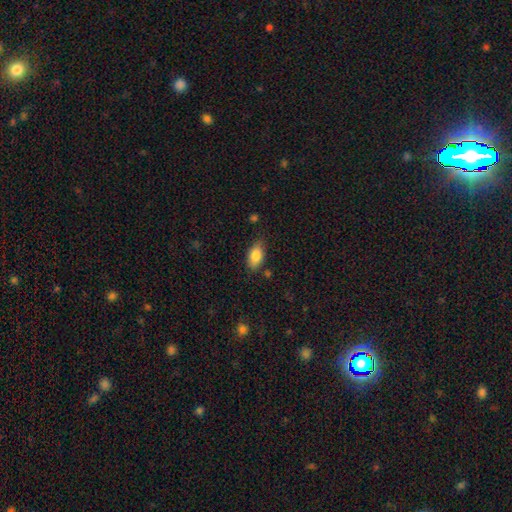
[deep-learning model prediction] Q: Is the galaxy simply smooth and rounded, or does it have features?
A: smooth — 84%.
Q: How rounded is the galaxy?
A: in between — 90%.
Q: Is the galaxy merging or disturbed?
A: none — 80%.